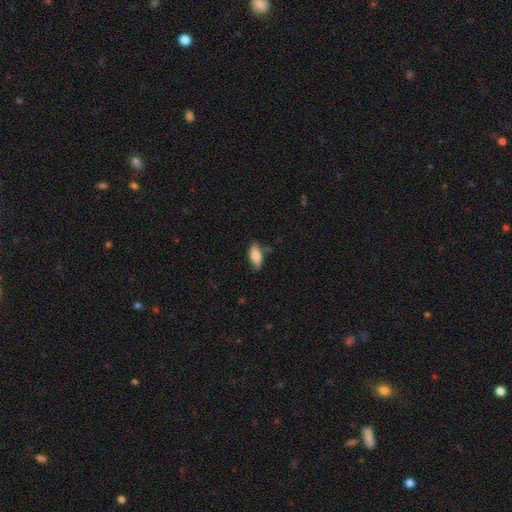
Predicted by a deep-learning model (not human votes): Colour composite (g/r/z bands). It shows a smooth galaxy with no disk features (79%) that is in between round and cigar-shaped (85%). Merging: none (67%).